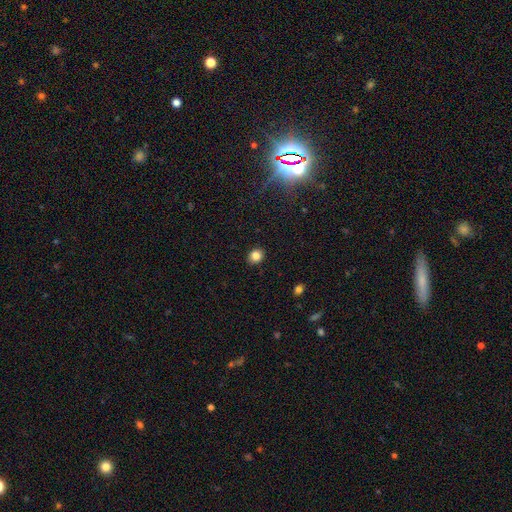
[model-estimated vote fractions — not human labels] smooth_or_featured: smooth (p=0.84) [alt: star or artifact p=0.11]
how_rounded: round (p=0.73) [alt: in between p=0.26]
merging: none (p=0.90) [alt: minor disturbance p=0.07]